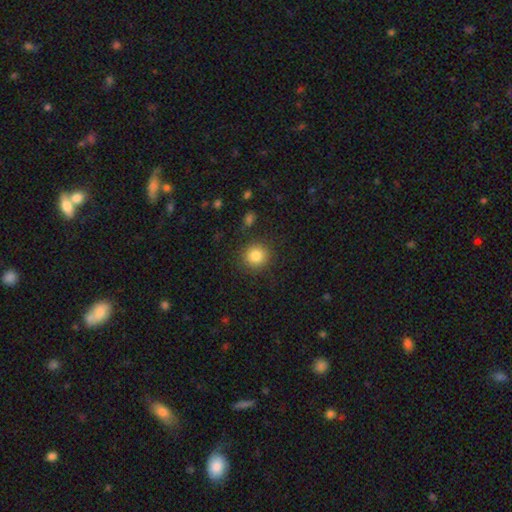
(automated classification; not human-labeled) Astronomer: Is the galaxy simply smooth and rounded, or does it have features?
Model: smooth — 85%.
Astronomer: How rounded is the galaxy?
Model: round — 91%.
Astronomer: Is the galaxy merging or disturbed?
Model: none — 87%.